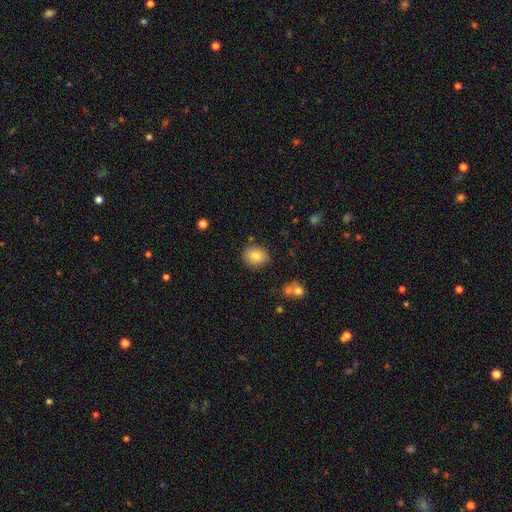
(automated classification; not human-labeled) smooth 80%, featured or disk 11%, star or artifact 9%. Down the decision tree: how rounded — round (63%); merging — none (82%).